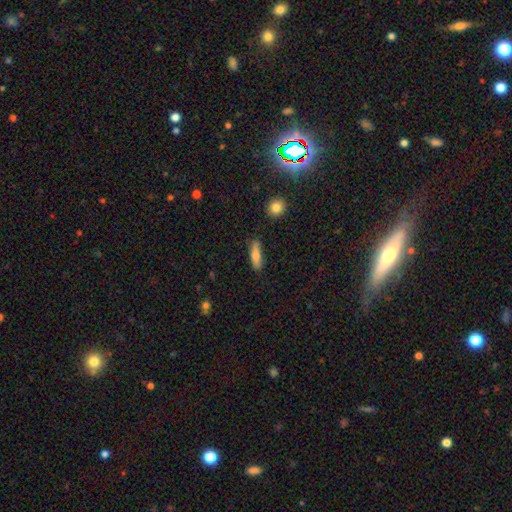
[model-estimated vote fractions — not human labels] A smooth galaxy with no disk features (73%) that is cigar-shaped (62%). Merging: none (84%).